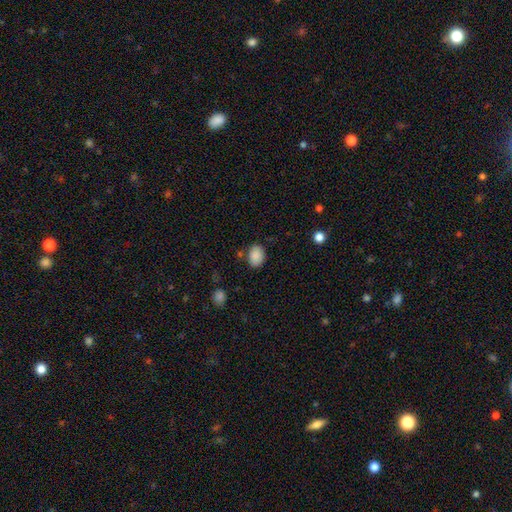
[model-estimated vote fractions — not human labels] smooth-or-featured: smooth: 88% | star or artifact: 8% | featured or disk: 4%
  how-rounded: in between: 65% | round: 34% | cigar-shaped: 1%
  merging: none: 77% | minor disturbance: 15% | major disturbance: 4% | merger: 4%